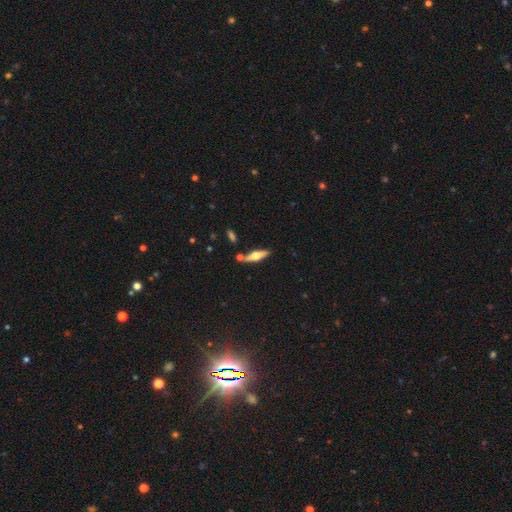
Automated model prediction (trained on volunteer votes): A featured or disk galaxy (56%) viewed edge-on (92%) with a rounded central bulge (93%).

Vote fractions:
- Smooth or featured? featured or disk: 56% / smooth: 38% / star or artifact: 6%
- Edge-on disk? yes: 92% / no: 8%
- Edge-on bulge? rounded: 93% / boxy: 5% / none: 2%
- Merging? none: 75% / minor disturbance: 12% / merger: 10% / major disturbance: 3%